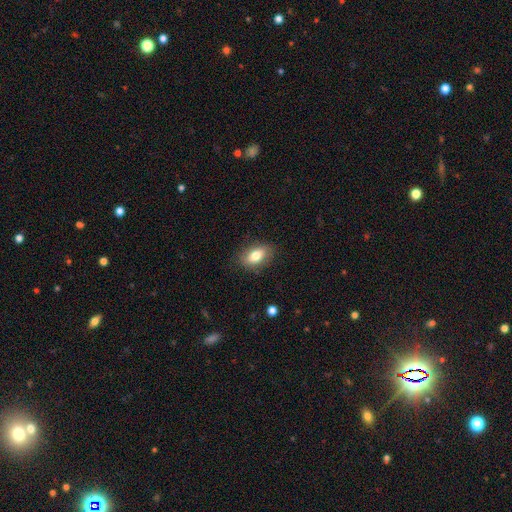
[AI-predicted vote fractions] Smooth or featured? smooth (78%)
How rounded? in between (88%)
Merging? none (84%)